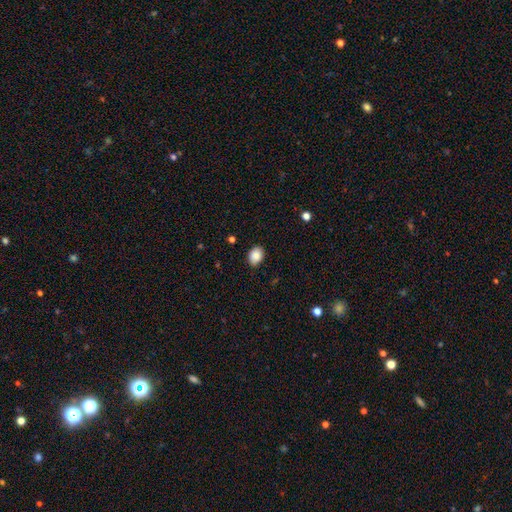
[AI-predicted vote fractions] Smooth or featured: smooth — 88% (star or artifact — 8%)
How rounded: in between — 68% (round — 31%)
Merging: none — 85% (minor disturbance — 12%)